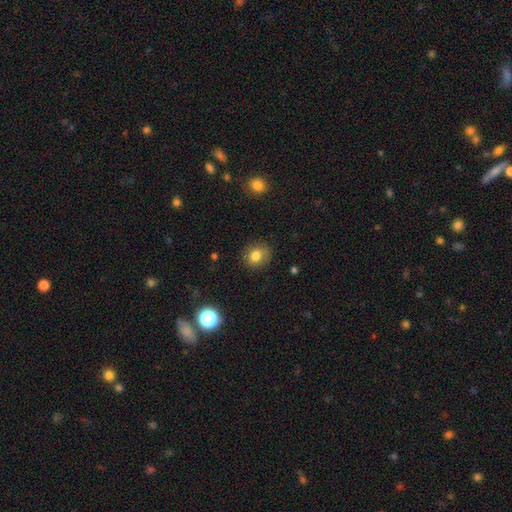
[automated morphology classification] Smooth or featured: smooth — 80% (star or artifact — 11%)
How rounded: round — 70% (in between — 29%)
Merging: none — 82% (minor disturbance — 13%)